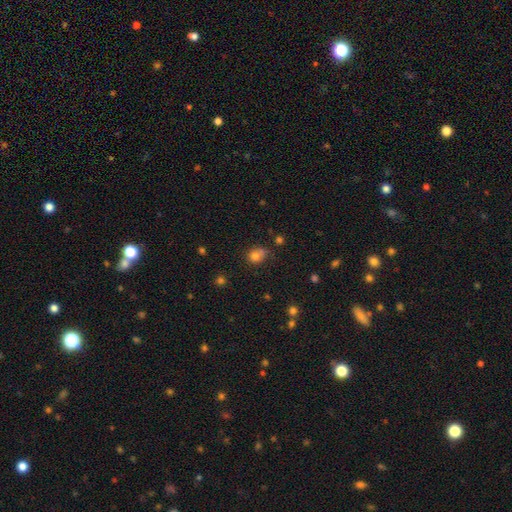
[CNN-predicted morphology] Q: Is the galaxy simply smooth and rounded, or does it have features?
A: smooth — 78%.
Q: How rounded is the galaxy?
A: round — 66%.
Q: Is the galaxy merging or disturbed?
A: none — 53%.